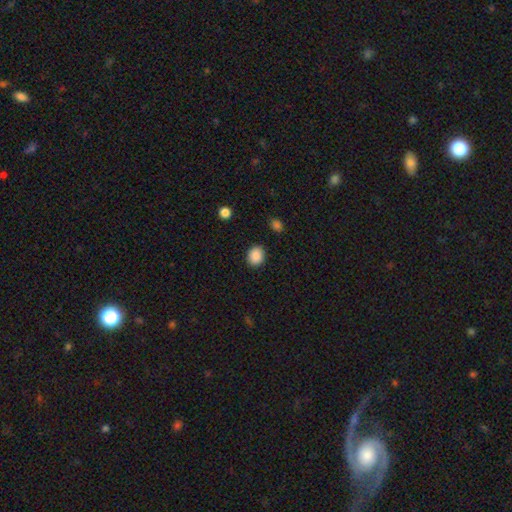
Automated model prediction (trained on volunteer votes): Overall: smooth (88%). How rounded: round (61%; in between 38%). Merging: none (89%).